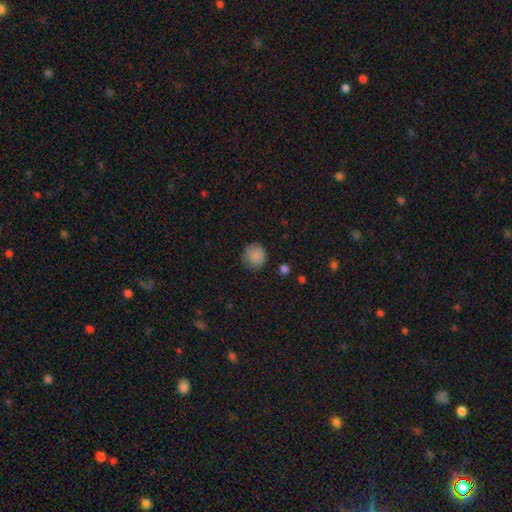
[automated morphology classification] smooth-or-featured: smooth: 86% | star or artifact: 9% | featured or disk: 5%
  how-rounded: round: 90% | in between: 9% | cigar-shaped: 1%
  merging: none: 79% | minor disturbance: 16% | major disturbance: 4% | merger: 1%